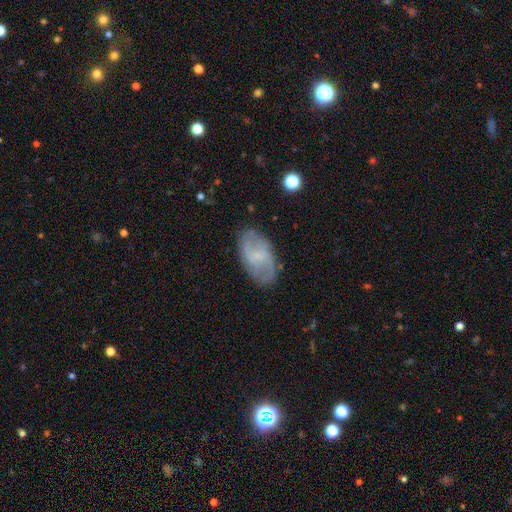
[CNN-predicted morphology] smooth_or_featured: featured or disk (p=0.62) [alt: smooth p=0.31]
disk_edge_on: no (p=0.95) [alt: yes p=0.05]
bar: weak (p=0.50) [alt: no p=0.39]
has_spiral_arms: yes (p=0.86) [alt: no p=0.14]
spiral_winding: medium (p=0.42) [alt: loose p=0.36]
spiral_arm_count: 2 (p=0.71) [alt: can't tell p=0.18]
bulge_size: small (p=0.56) [alt: none p=0.27]
merging: none (p=0.80) [alt: minor disturbance p=0.15]